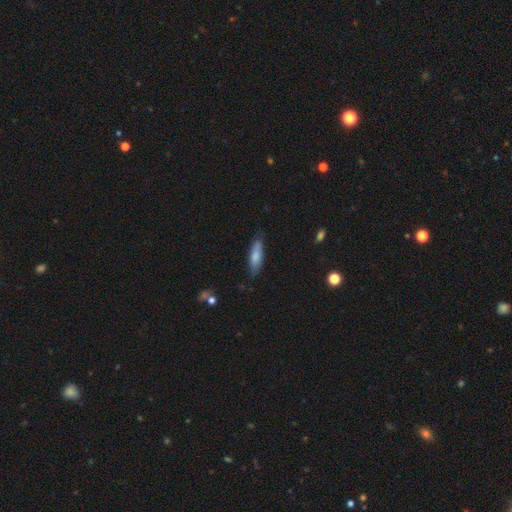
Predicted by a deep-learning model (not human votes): A smooth galaxy with no disk features (76%) that is cigar-shaped (54%).

Vote fractions:
- Smooth or featured? smooth: 76% / featured or disk: 19% / star or artifact: 6%
- How rounded? cigar-shaped: 54% / in between: 45% / round: 2%
- Merging? none: 77% / minor disturbance: 19% / major disturbance: 3% / merger: 1%